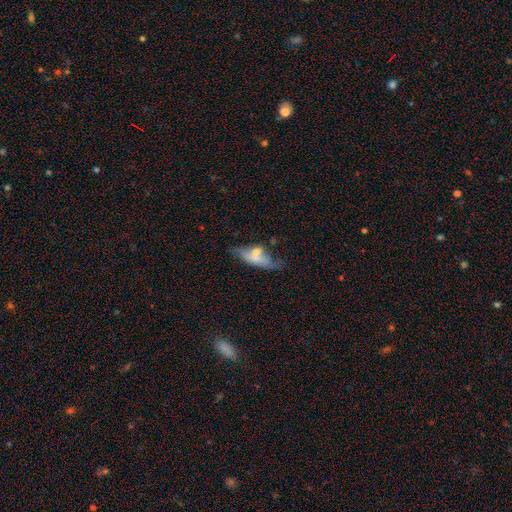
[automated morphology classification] Smooth or featured? smooth (55%)
How rounded? in between (66%)
Merging? none (45%)